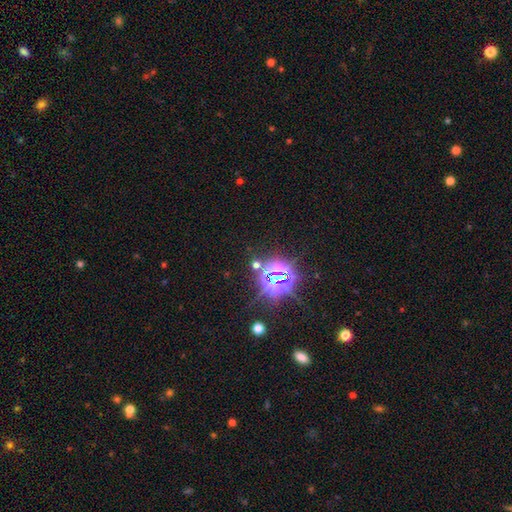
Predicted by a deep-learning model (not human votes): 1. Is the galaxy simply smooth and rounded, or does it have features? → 80% star or artifact, 12% smooth, 8% featured or disk.